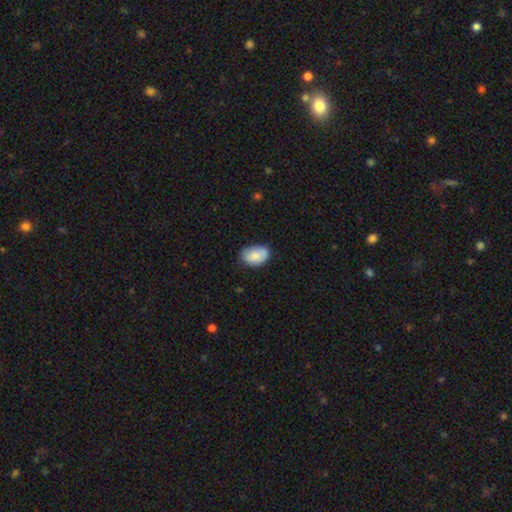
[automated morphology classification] Overall: smooth (82%). How rounded: in between (88%). Merging: none (67%).